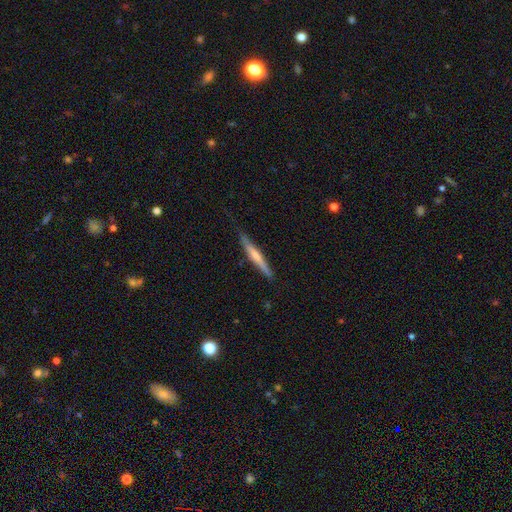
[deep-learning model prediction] smooth_or_featured: smooth (p=0.48) [alt: featured or disk p=0.46]
merging: none (p=0.82) [alt: minor disturbance p=0.14]